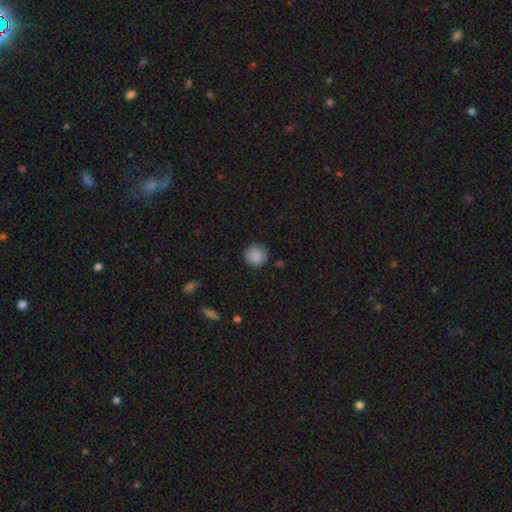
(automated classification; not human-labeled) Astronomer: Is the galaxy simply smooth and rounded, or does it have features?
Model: smooth — 88%.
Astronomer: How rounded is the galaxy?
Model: round — 93%.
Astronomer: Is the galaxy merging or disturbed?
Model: none — 84%.